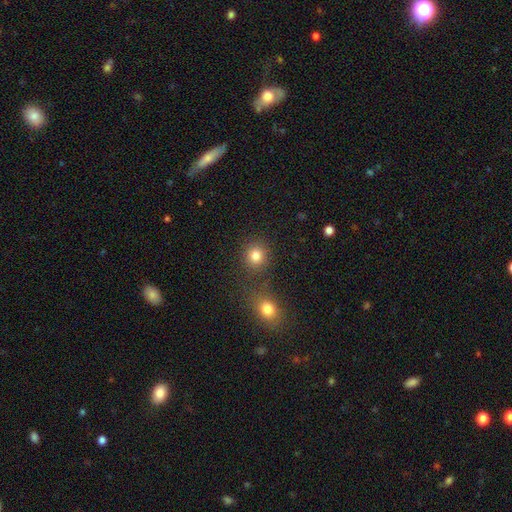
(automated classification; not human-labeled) A smooth galaxy with no disk features (82%) that is round (85%). Merging: none (77%).